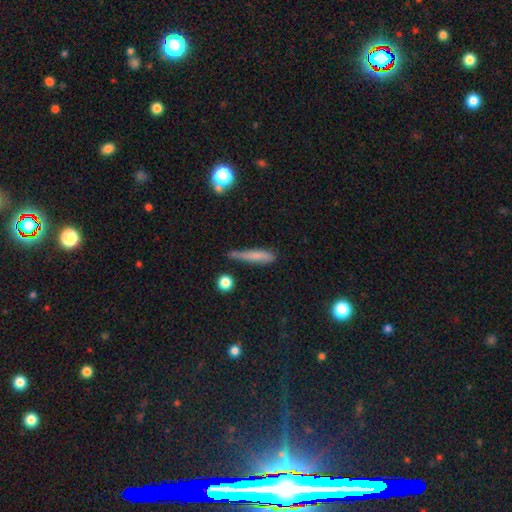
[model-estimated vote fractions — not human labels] The model was most divided on "merging": none: 59%, minor disturbance: 29%, major disturbance: 7%, merger: 4%. More confident: how rounded — cigar-shaped (88%); smooth or featured — smooth (69%).